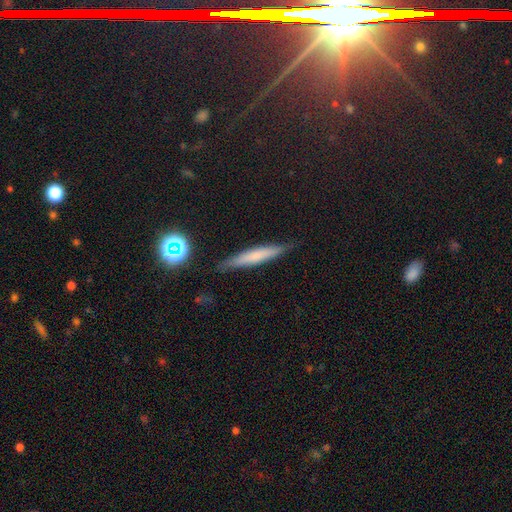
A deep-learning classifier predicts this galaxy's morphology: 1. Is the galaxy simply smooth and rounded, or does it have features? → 61% smooth, 29% featured or disk, 10% star or artifact.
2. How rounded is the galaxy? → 92% cigar-shaped, 6% in between, 2% round.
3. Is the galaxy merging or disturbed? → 83% none, 13% minor disturbance, 3% major disturbance, 2% merger.